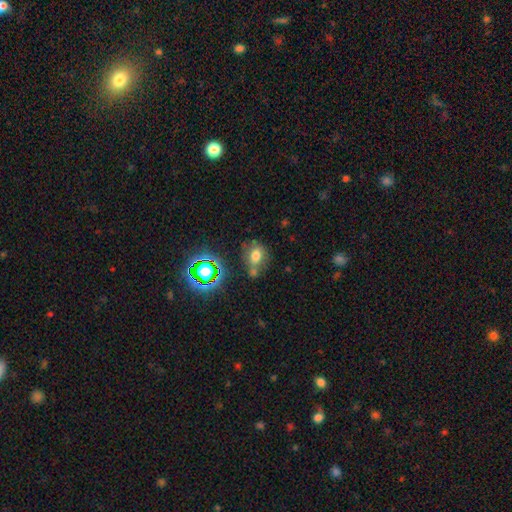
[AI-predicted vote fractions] A smooth galaxy with no disk features (64%) that is in between round and cigar-shaped (57%). Merging: none (52%).